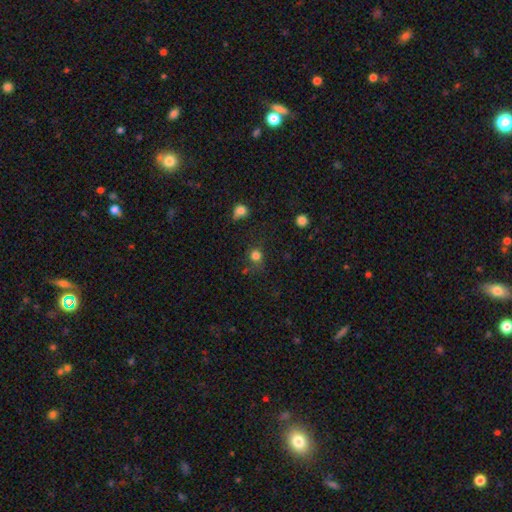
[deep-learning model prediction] A smooth galaxy with no disk features (79%) that is round (85%). Merging: none (72%).